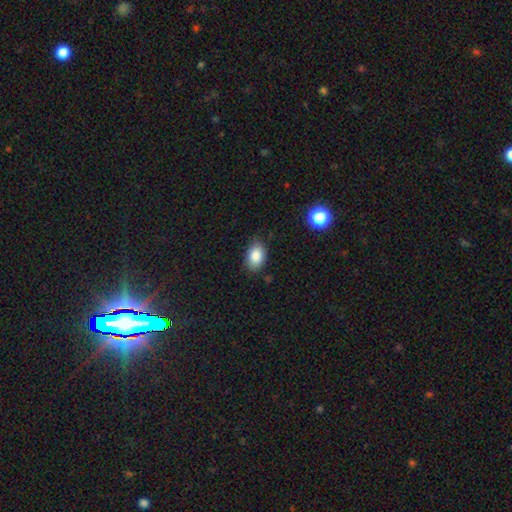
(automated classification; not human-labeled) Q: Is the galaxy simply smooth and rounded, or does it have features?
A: smooth — 86%.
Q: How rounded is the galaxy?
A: in between — 86%.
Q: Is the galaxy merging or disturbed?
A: none — 80%.